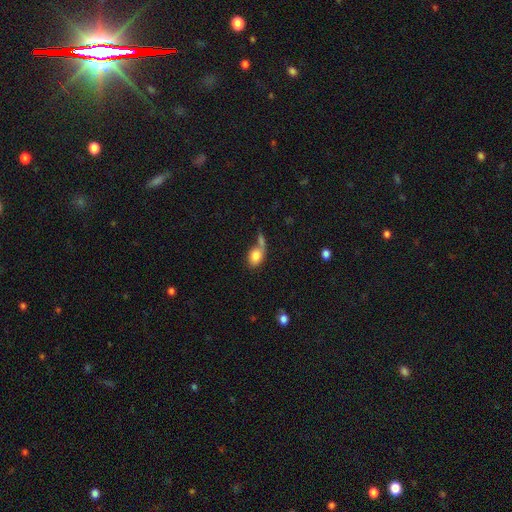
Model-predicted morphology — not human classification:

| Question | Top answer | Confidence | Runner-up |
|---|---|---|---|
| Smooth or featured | smooth | 79% | featured or disk (13%) |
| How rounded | in between | 75% | round (23%) |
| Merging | merger | 39% | none (33%) |